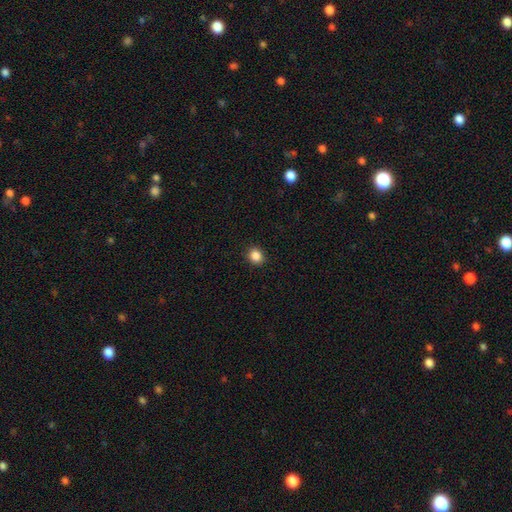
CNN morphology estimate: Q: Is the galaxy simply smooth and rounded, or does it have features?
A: smooth — 86%.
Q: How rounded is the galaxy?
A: round — 73%.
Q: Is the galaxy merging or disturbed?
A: none — 91%.